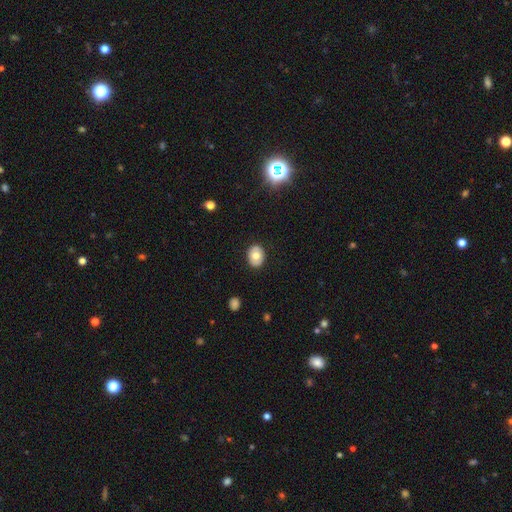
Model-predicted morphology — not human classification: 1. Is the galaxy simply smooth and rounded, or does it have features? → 72% smooth, 19% featured or disk, 9% star or artifact.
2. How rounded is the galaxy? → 61% in between, 38% round, 1% cigar-shaped.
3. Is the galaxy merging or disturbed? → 87% none, 10% minor disturbance, 2% major disturbance, 1% merger.